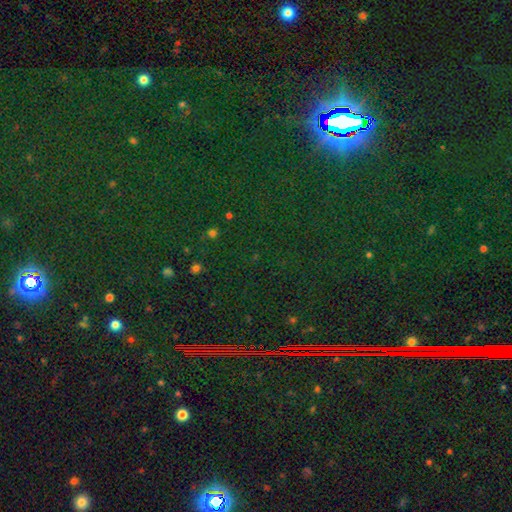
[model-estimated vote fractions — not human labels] Q: Smooth or featured?
A: star or artifact (82%); runner-up: smooth (11%)